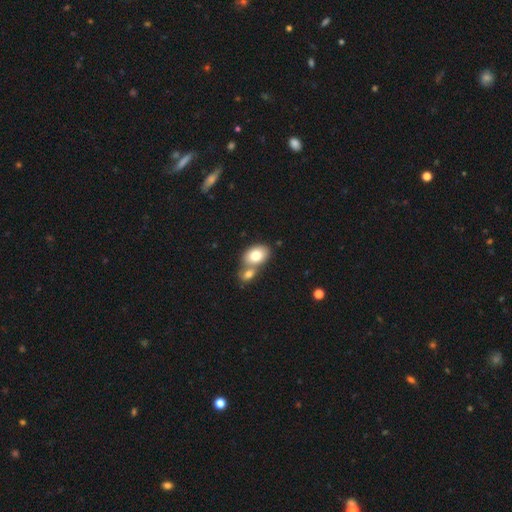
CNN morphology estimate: smooth 77%, featured or disk 15%, star or artifact 8%. Down the decision tree: how rounded — in between (81%); merging — merger (51%).